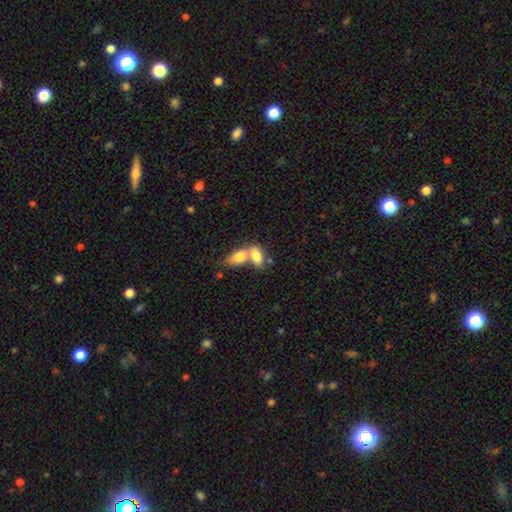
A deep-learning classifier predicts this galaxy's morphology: Smooth or featured? smooth (77%)
How rounded? in between (87%)
Merging? merger (73%)